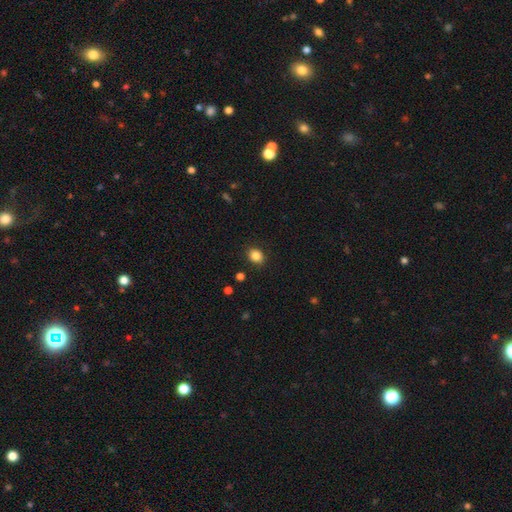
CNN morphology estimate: A smooth galaxy with no disk features (86%) that is round (58%).

Vote fractions:
- Smooth or featured? smooth: 86% / star or artifact: 10% / featured or disk: 4%
- How rounded? round: 58% / in between: 41% / cigar-shaped: 1%
- Merging? none: 88% / minor disturbance: 8% / major disturbance: 3% / merger: 1%